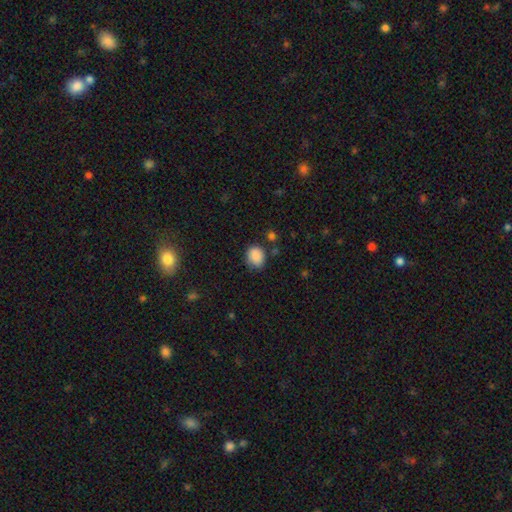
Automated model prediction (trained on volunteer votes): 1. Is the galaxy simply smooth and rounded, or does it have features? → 88% smooth, 9% star or artifact, 3% featured or disk.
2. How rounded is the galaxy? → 55% round, 44% in between, 1% cigar-shaped.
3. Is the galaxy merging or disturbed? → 74% none, 18% minor disturbance, 4% major disturbance, 3% merger.